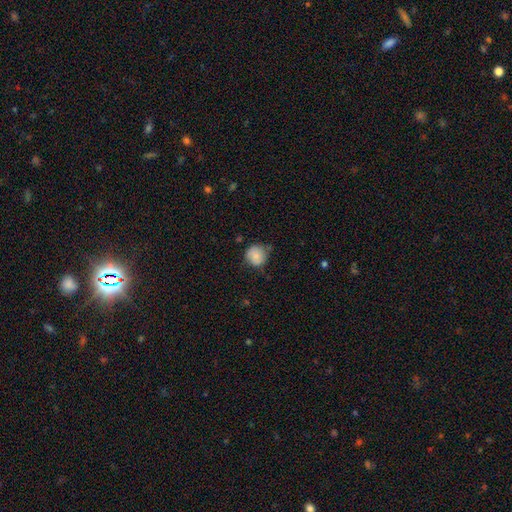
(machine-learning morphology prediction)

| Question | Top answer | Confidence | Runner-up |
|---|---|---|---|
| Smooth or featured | smooth | 83% | star or artifact (9%) |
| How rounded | round | 89% | in between (10%) |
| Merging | none | 69% | minor disturbance (24%) |